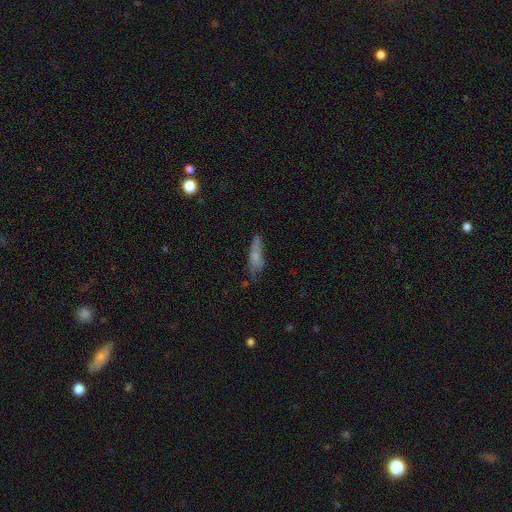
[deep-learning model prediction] This is likely a smooth galaxy (66%). How rounded: likely cigar-shaped (63%). Merging: possibly none (53%).